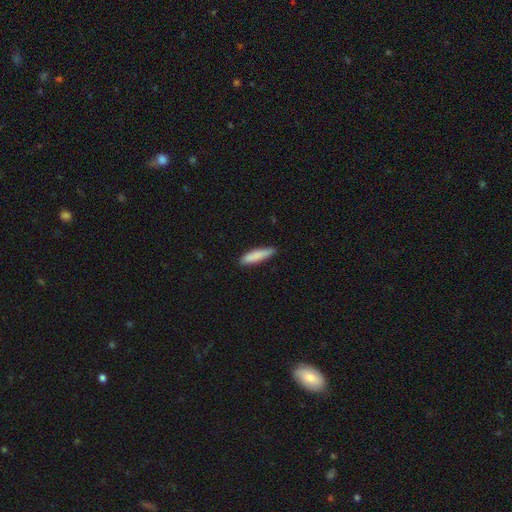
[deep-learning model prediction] This appears to be a smooth galaxy with no disk features (86%) that is cigar-shaped (78%). Merging: none (81%).